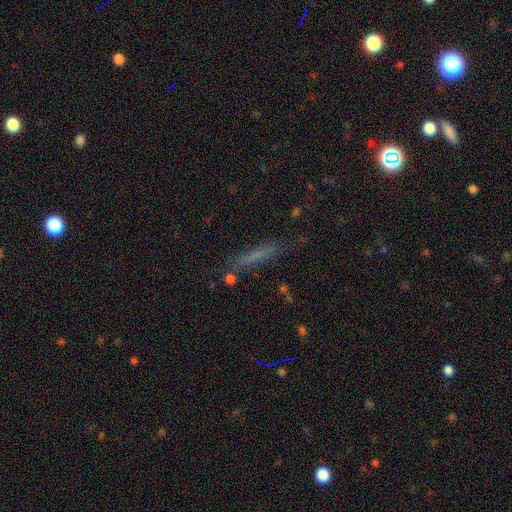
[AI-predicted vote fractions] This appears to be a smooth galaxy with no disk features (55%) that is cigar-shaped (90%). Merging: none (75%).